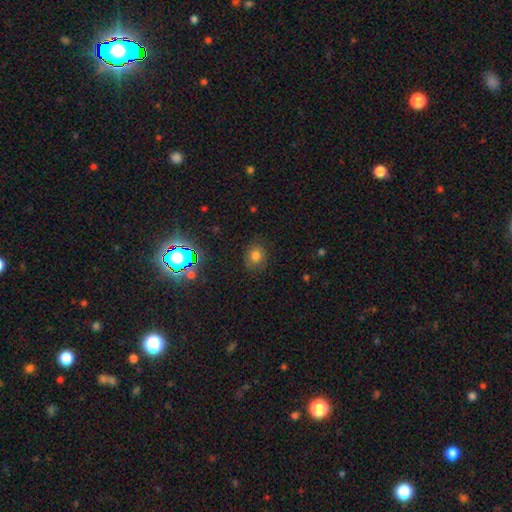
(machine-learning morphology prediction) Smooth or featured?
  - smooth: 74% *
  - star or artifact: 18%
  - featured or disk: 9%
How rounded?
  - round: 79% *
  - in between: 20%
  - cigar-shaped: 1%
Merging?
  - none: 82% *
  - minor disturbance: 13%
  - major disturbance: 4%
  - merger: 1%